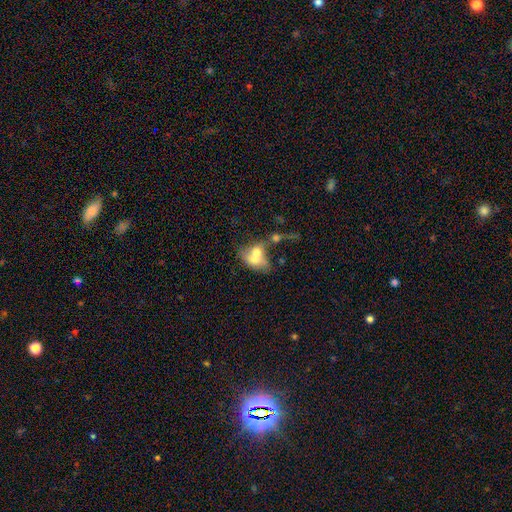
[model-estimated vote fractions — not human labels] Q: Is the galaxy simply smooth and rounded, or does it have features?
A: smooth — 56%.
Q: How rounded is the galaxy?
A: in between — 71%.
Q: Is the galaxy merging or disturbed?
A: merger — 67%.